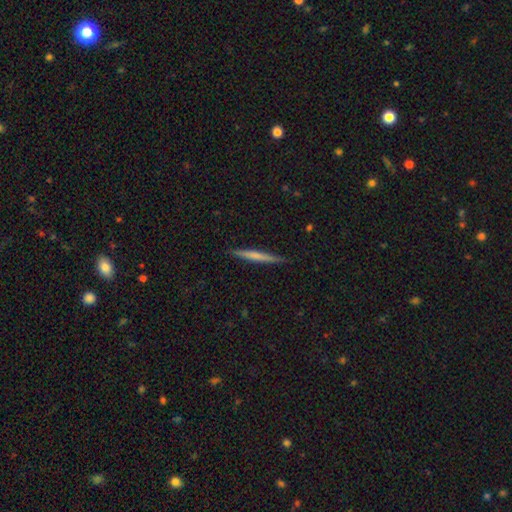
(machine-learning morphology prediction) type=smooth (53%); roundness=cigar-shaped (96%); merging=none (89%).